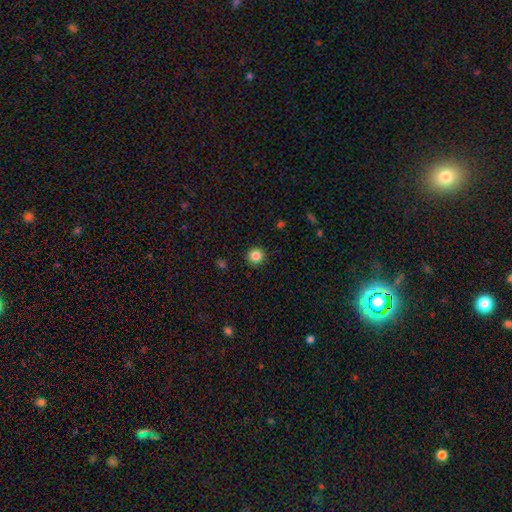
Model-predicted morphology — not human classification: Smooth or featured: smooth — 85% (star or artifact — 11%)
How rounded: round — 94% (in between — 5%)
Merging: none — 92% (minor disturbance — 5%)